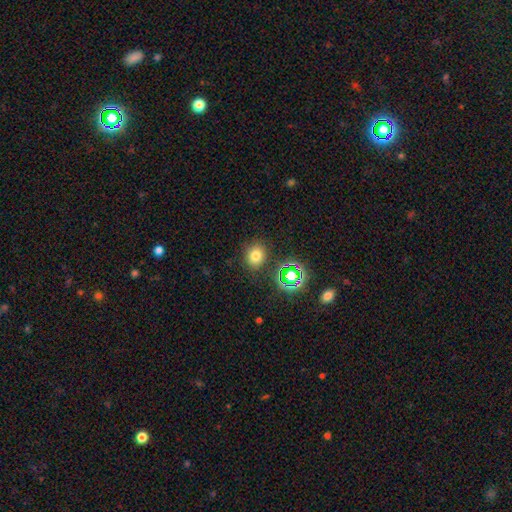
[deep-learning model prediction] A smooth galaxy with no disk features (71%) that is round (66%). Merging: none (84%).